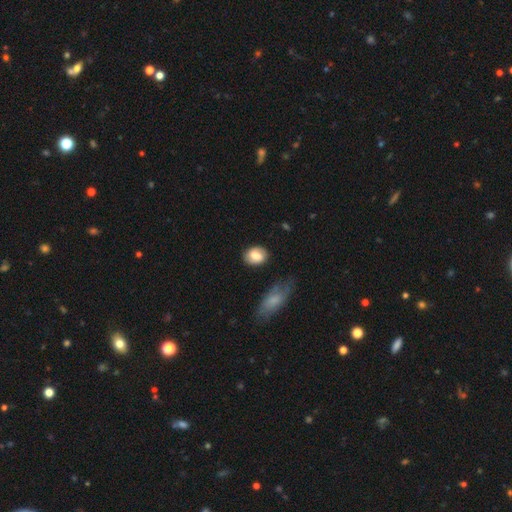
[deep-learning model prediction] This is likely a smooth galaxy (74%). How rounded: likely in between (66%). Merging: likely none (76%).